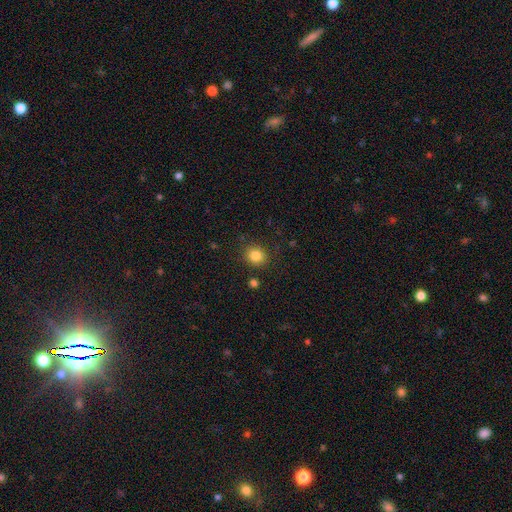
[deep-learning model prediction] smooth-or-featured: smooth: 84% | star or artifact: 11% | featured or disk: 5%
  how-rounded: round: 81% | in between: 18% | cigar-shaped: 1%
  merging: none: 86% | minor disturbance: 8% | major disturbance: 3% | merger: 3%